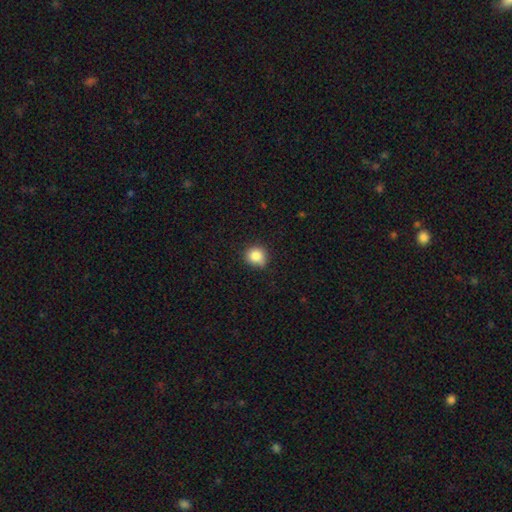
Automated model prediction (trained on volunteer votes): smooth-or-featured: smooth: 84% | star or artifact: 10% | featured or disk: 6%
  how-rounded: round: 86% | in between: 13% | cigar-shaped: 1%
  merging: none: 75% | minor disturbance: 21% | major disturbance: 3% | merger: 2%